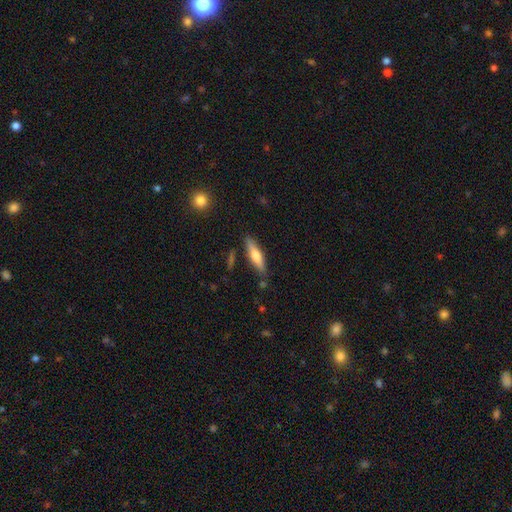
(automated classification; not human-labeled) Q: Smooth or featured?
A: smooth (51%); runner-up: featured or disk (42%)
Q: How rounded?
A: cigar-shaped (72%); runner-up: in between (26%)
Q: Merging?
A: none (83%); runner-up: minor disturbance (12%)